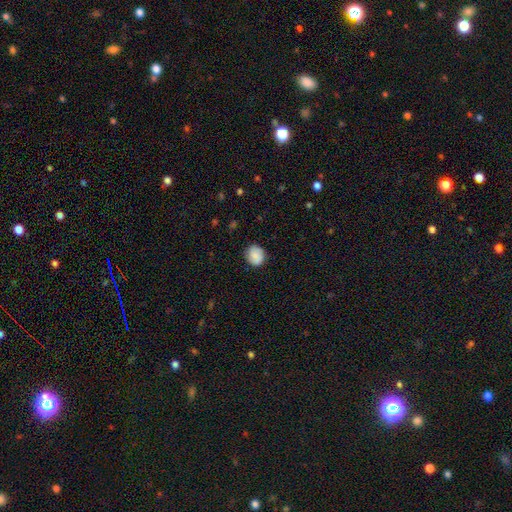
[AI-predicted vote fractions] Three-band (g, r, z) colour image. It shows a smooth galaxy with no disk features (83%) that is round (74%). Merging: none (83%).